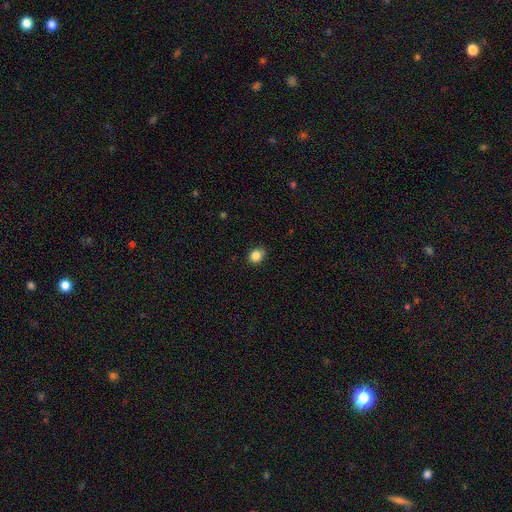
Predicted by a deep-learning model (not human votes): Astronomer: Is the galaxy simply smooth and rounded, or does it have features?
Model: smooth — 86%.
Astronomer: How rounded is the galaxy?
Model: round — 58% (runner-up: in between, 41%).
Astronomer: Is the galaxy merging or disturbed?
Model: none — 85%.